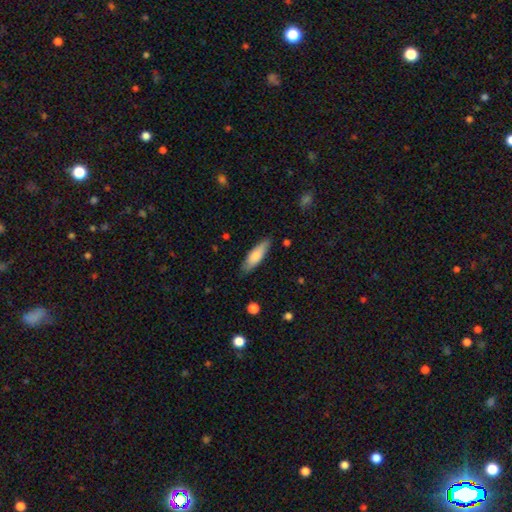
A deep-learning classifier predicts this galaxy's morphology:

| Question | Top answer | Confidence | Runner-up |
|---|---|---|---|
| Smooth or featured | smooth | 76% | featured or disk (19%) |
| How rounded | cigar-shaped | 49% | tied: in between (49%) |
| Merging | none | 82% | minor disturbance (14%) |